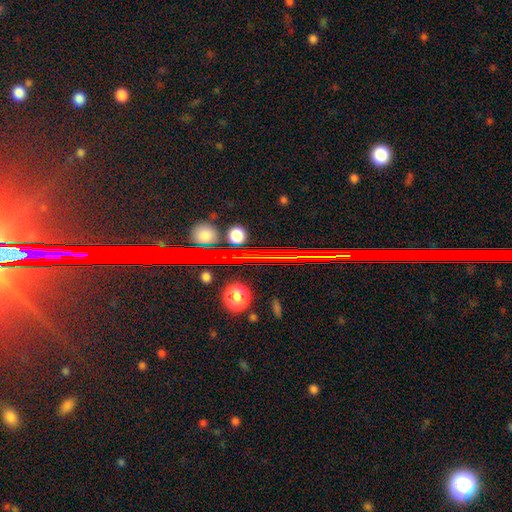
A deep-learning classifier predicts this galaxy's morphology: smooth_or_featured: star or artifact (p=0.69) [alt: smooth p=0.18]